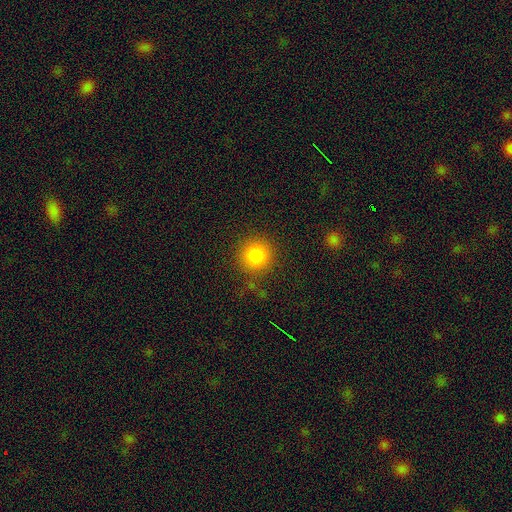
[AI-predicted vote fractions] This is clearly a smooth galaxy (84%). How rounded: clearly round (93%). Merging: clearly none (85%).